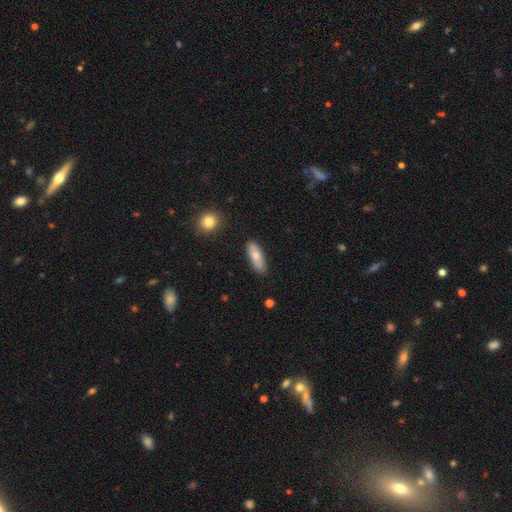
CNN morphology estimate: This appears to be a smooth galaxy with no disk features (72%) that is in between round and cigar-shaped (64%). Merging: none (83%).